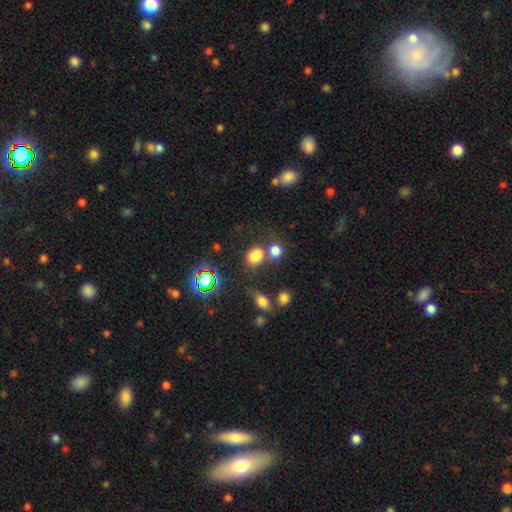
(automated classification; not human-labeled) This is likely a smooth galaxy (75%). How rounded: possibly in between (57%). Merging: possibly none (54%).